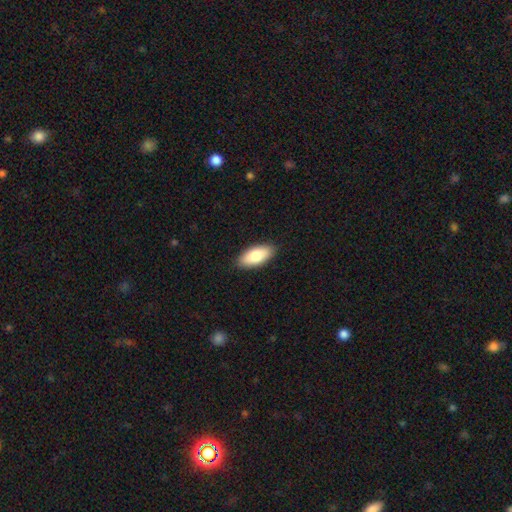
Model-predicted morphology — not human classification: Q: Smooth or featured?
A: smooth (82%); runner-up: featured or disk (13%)
Q: How rounded?
A: in between (89%); runner-up: cigar-shaped (9%)
Q: Merging?
A: none (90%); runner-up: minor disturbance (8%)